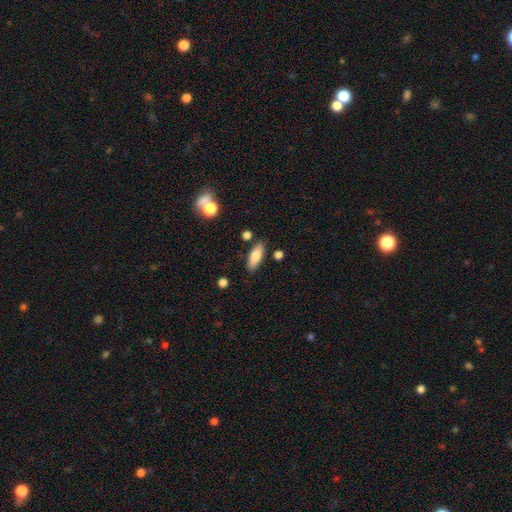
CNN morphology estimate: The model was most divided on "how rounded": in between: 73%, cigar-shaped: 24%, round: 3%. More confident: merging — none (83%); smooth or featured — smooth (78%).